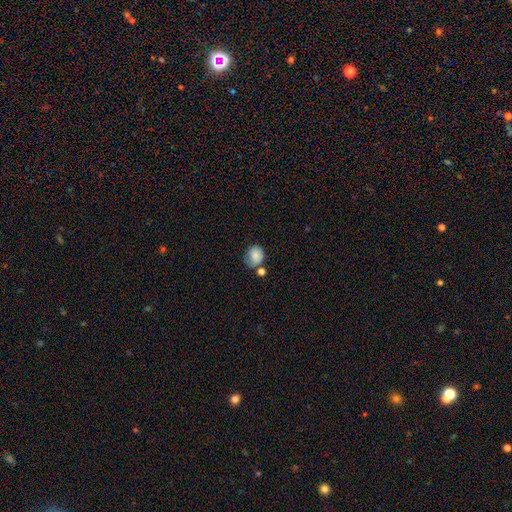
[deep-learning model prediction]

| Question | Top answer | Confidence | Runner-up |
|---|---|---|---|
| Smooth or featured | smooth | 84% | star or artifact (9%) |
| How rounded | round | 71% | in between (28%) |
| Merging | none | 55% | minor disturbance (23%) |